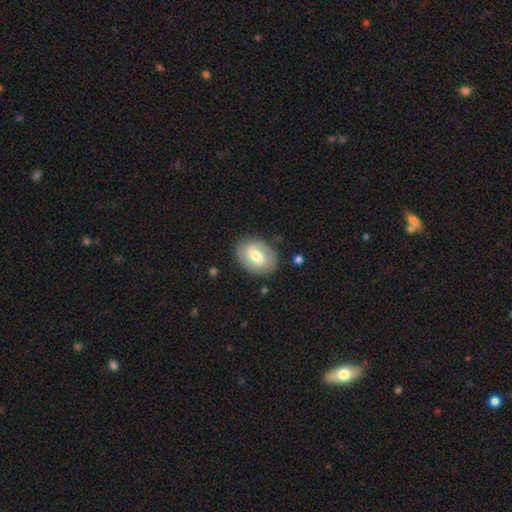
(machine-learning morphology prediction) Overall: smooth (49%; featured or disk 45%). Merging: none (82%).